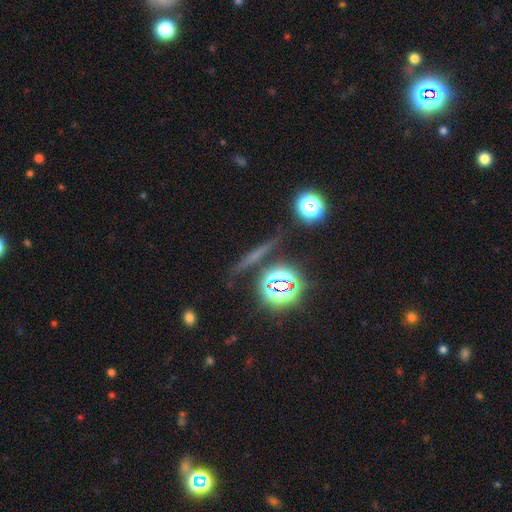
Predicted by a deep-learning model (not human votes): Morphology: type=star or artifact (39%).